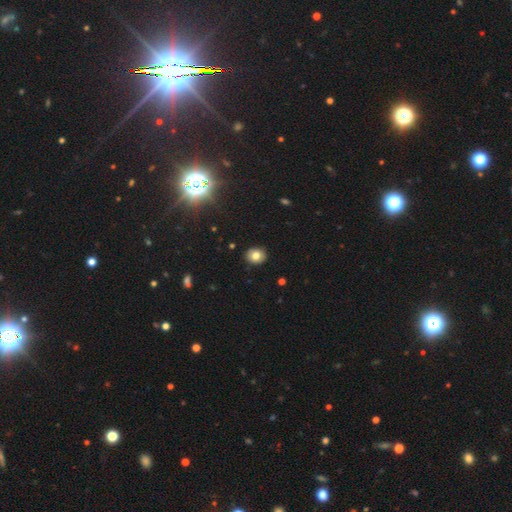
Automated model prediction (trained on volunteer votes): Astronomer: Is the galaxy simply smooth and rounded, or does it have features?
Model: smooth — 78%.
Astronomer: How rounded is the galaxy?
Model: round — 68%.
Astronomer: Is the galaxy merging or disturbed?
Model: none — 89%.